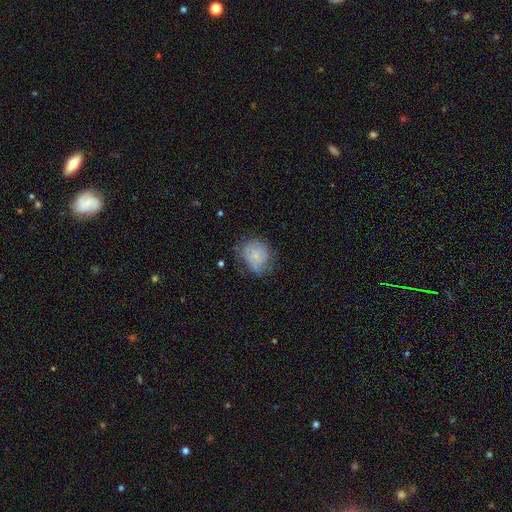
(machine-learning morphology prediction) smooth-or-featured: smooth: 57% | featured or disk: 34% | star or artifact: 9%
  how-rounded: round: 70% | in between: 29% | cigar-shaped: 1%
  merging: none: 50% | minor disturbance: 33% | major disturbance: 16% | merger: 2%